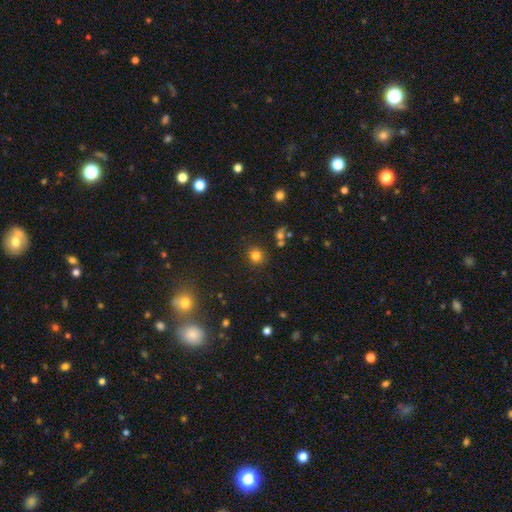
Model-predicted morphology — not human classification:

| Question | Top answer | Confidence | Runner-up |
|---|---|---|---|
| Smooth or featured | smooth | 80% | star or artifact (14%) |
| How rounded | round | 86% | in between (13%) |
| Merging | none | 86% | minor disturbance (8%) |